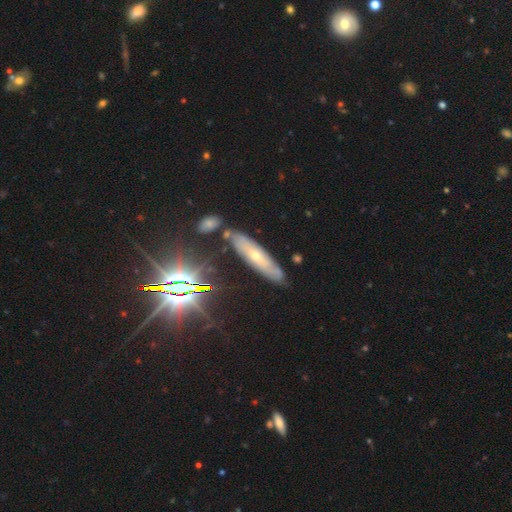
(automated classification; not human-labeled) The model was most divided on "edge-on disk": no: 51%, yes: 49%. More confident: merging — none (81%); smooth or featured — featured or disk (50%).